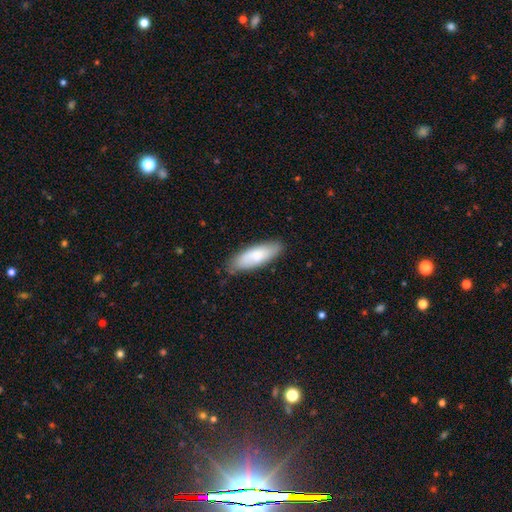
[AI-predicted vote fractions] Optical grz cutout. It shows a smooth galaxy with no disk features (78%) that is in between round and cigar-shaped (62%). Merging: none (78%).